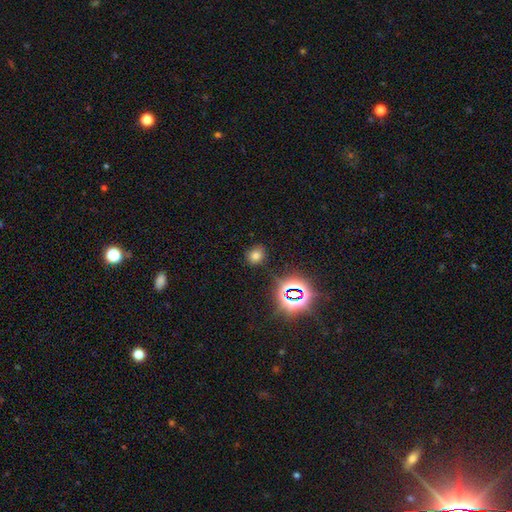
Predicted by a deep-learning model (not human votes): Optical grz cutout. It shows a smooth galaxy with no disk features (69%) that is round (67%). Merging: none (81%).